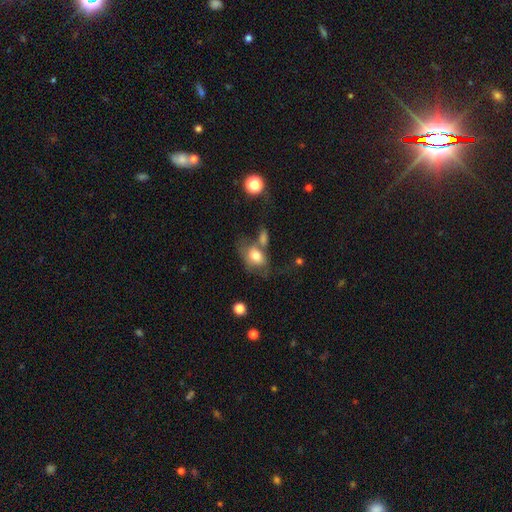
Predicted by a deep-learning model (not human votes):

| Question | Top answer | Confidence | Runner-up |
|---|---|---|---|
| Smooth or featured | smooth | 70% | featured or disk (21%) |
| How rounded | in between | 74% | round (25%) |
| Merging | merger | 32% | none (31%) |